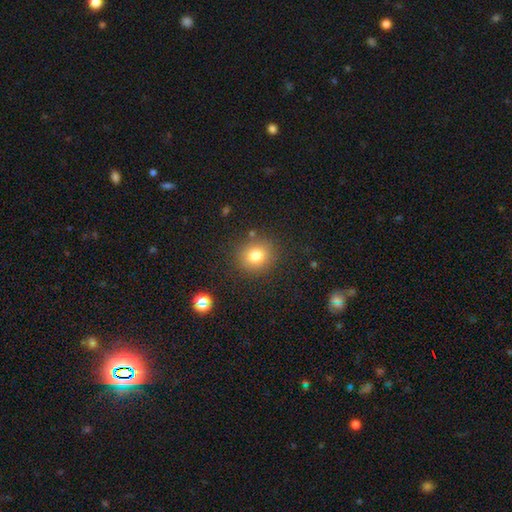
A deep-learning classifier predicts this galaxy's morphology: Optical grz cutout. It shows a smooth galaxy with no disk features (80%) that is round (83%). Merging: none (85%).